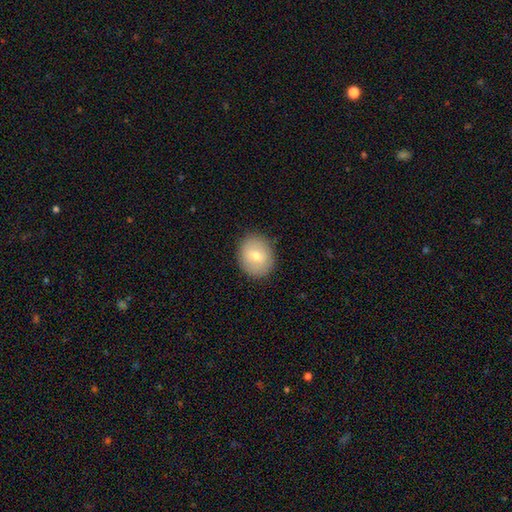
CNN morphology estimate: smooth-or-featured: smooth: 68% | featured or disk: 22% | star or artifact: 11%
  how-rounded: round: 69% | in between: 30% | cigar-shaped: 1%
  merging: none: 90% | minor disturbance: 7% | major disturbance: 2% | merger: 1%